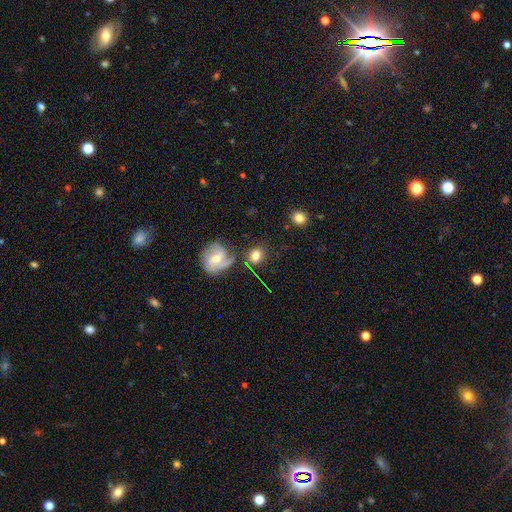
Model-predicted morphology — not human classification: Smooth or featured? smooth (73%)
How rounded? round (60%)
Merging? none (68%)